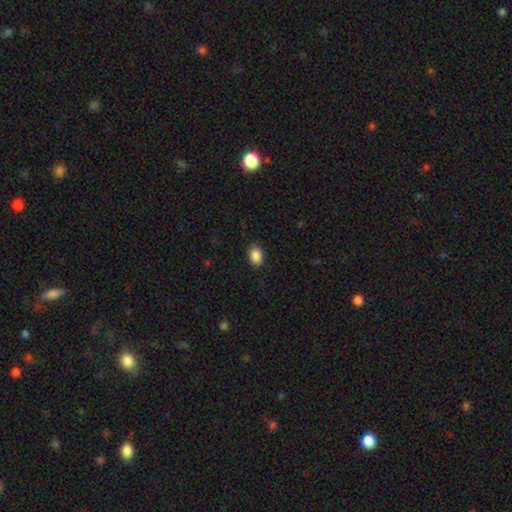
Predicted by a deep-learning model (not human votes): This is clearly a smooth galaxy (88%). How rounded: likely in between (74%). Merging: clearly none (87%).